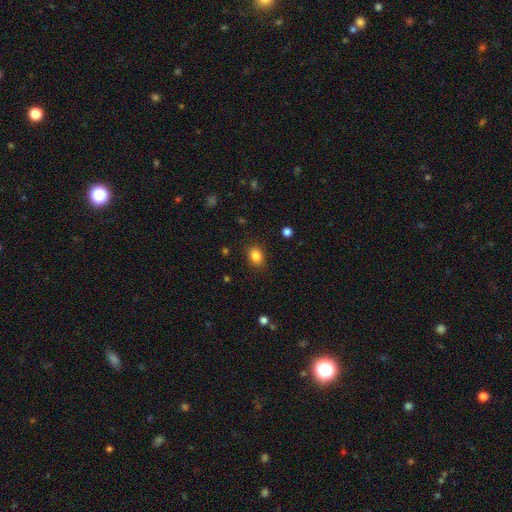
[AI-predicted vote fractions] Morphology: type=smooth (84%); roundness=in between (55%); merging=none (86%).